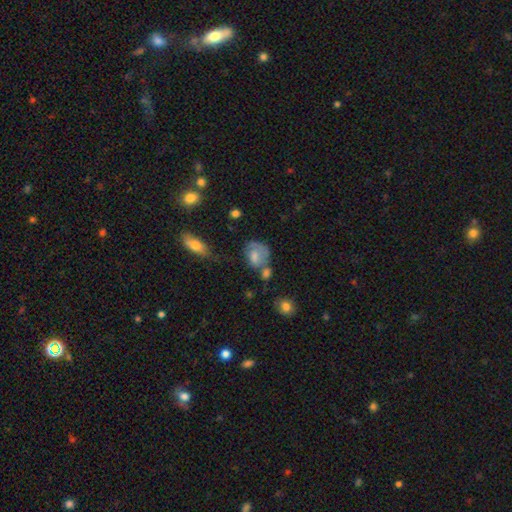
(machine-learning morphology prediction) smooth-or-featured: smooth: 54% | featured or disk: 37% | star or artifact: 9%
  how-rounded: in between: 52% | round: 46% | cigar-shaped: 2%
  merging: none: 34% | minor disturbance: 25% | major disturbance: 22% | merger: 19%